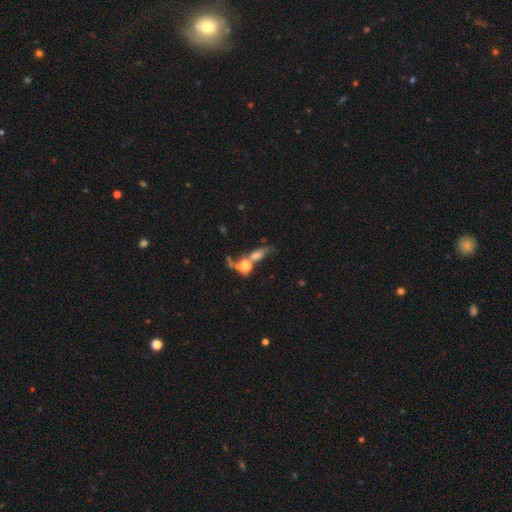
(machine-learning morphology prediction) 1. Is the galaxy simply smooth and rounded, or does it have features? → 50% smooth, 29% featured or disk, 21% star or artifact.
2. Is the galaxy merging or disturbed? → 36% merger, 33% none, 18% major disturbance, 13% minor disturbance.